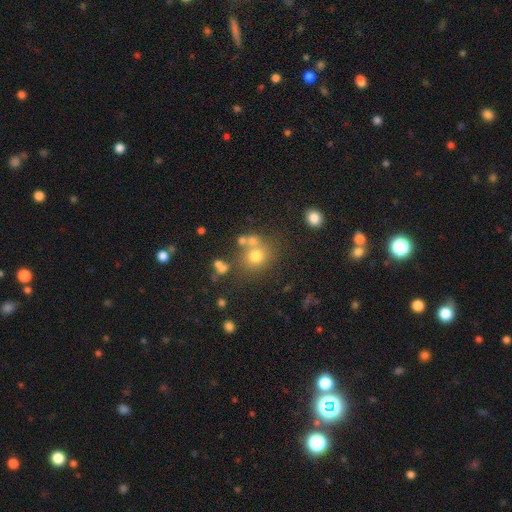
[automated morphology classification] Overall: smooth (68%). How rounded: round (81%). Merging: none (60%; merger 24%).